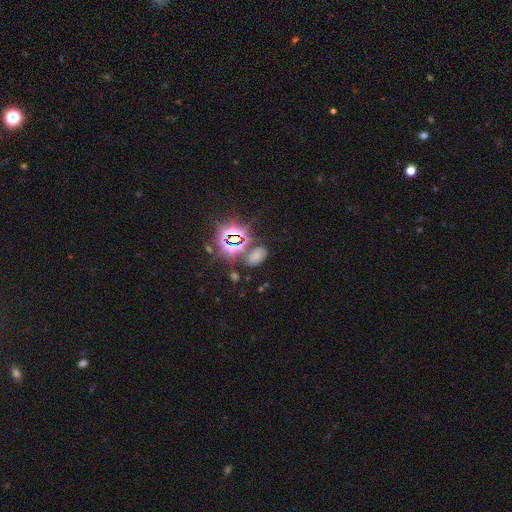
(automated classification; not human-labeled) A star or artifact, not a galaxy (45%).